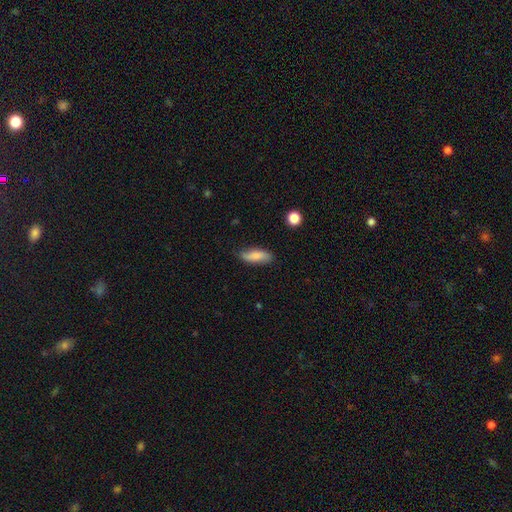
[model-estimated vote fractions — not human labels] Q: Smooth or featured?
A: smooth (78%); runner-up: featured or disk (16%)
Q: How rounded?
A: in between (63%); runner-up: cigar-shaped (34%)
Q: Merging?
A: none (74%); runner-up: minor disturbance (20%)